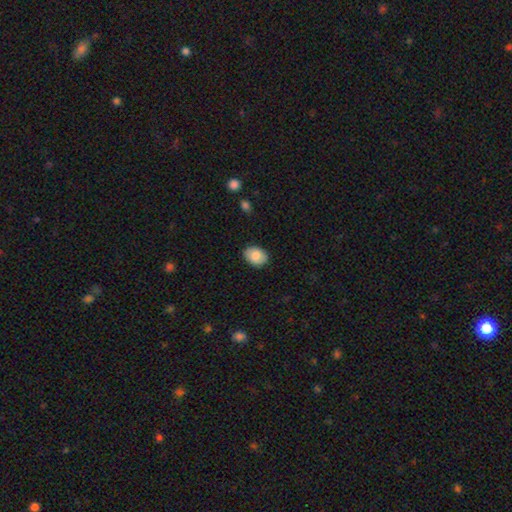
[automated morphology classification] Smooth or featured? Predicted: smooth (p=0.81). How rounded? Predicted: in between (p=0.70). Merging? Predicted: none (p=0.87).